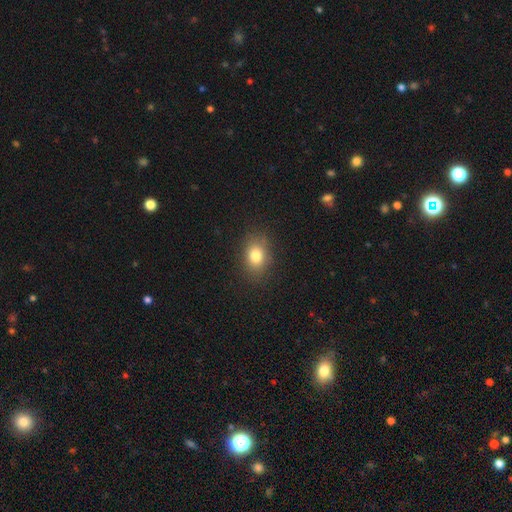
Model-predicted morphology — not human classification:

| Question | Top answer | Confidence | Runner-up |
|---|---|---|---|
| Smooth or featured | smooth | 80% | star or artifact (11%) |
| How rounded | in between | 65% | round (34%) |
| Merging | none | 83% | minor disturbance (12%) |